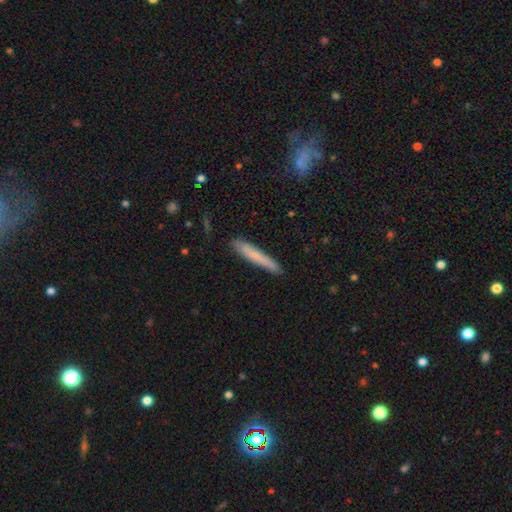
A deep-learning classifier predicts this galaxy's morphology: Smooth or featured? smooth (71%)
How rounded? cigar-shaped (96%)
Merging? none (86%)